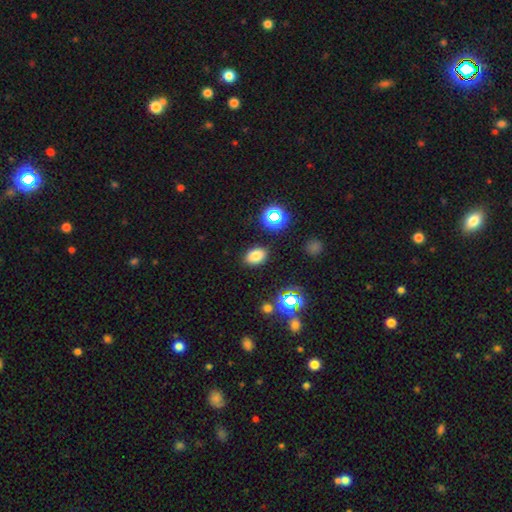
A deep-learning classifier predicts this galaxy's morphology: This is likely a smooth galaxy (76%). How rounded: clearly in between (80%). Merging: clearly none (86%).